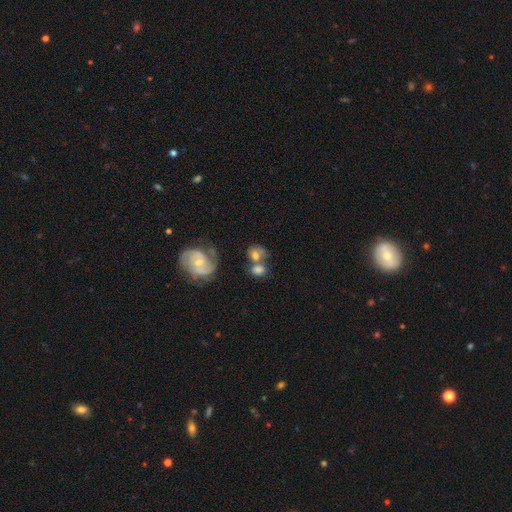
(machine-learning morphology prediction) A smooth galaxy with no disk features (54%) that is round (59%). Merging: merger (40%).